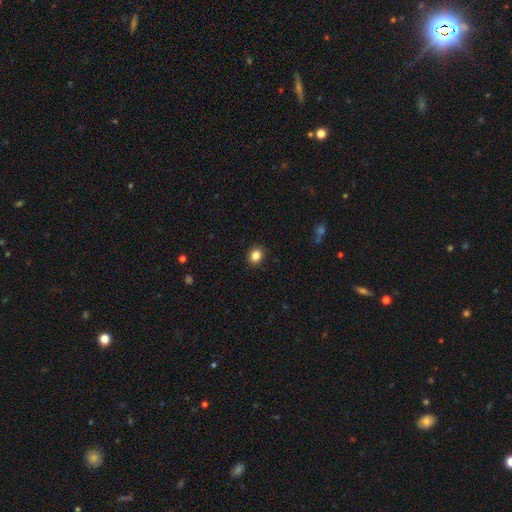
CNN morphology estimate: smooth 85%, star or artifact 10%, featured or disk 5%. Down the decision tree: how rounded — round (68%); merging — none (91%).